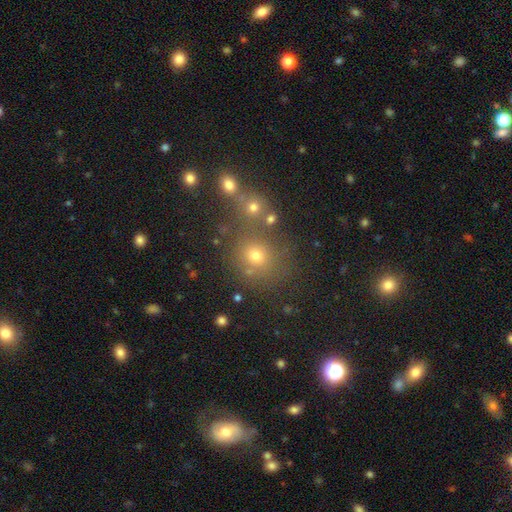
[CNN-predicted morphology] Overall: smooth (66%). How rounded: round (84%). Merging: none (67%).